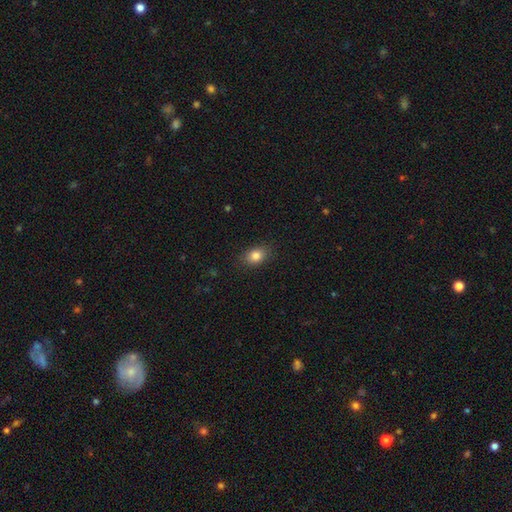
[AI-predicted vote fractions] Q: Smooth or featured?
A: smooth (83%); runner-up: star or artifact (10%)
Q: How rounded?
A: in between (67%); runner-up: round (31%)
Q: Merging?
A: none (85%); runner-up: minor disturbance (11%)